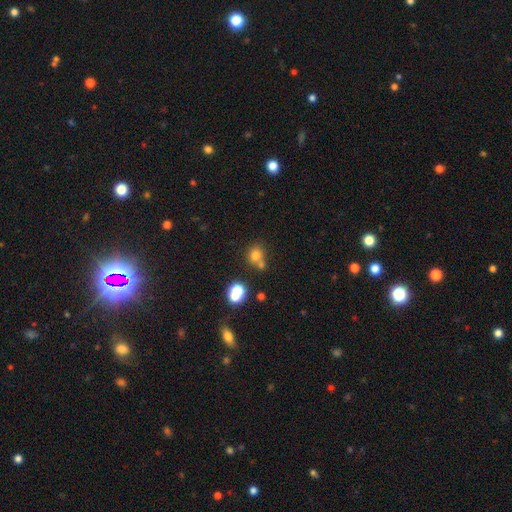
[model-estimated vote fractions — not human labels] smooth 74%, star or artifact 17%, featured or disk 10%. Down the decision tree: how rounded — round (78%); merging — none (55%).